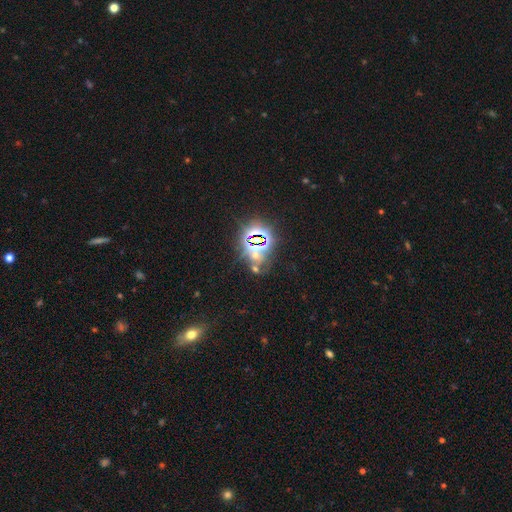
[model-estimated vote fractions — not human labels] A star or artifact, not a galaxy (70%).

Vote fractions:
- Smooth or featured? star or artifact: 70% / smooth: 18% / featured or disk: 12%